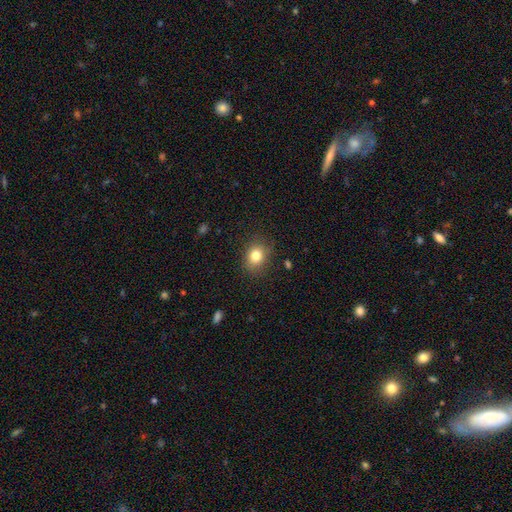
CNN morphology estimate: Q: Smooth or featured?
A: smooth (82%); runner-up: star or artifact (10%)
Q: How rounded?
A: round (54%); runner-up: in between (45%)
Q: Merging?
A: none (84%); runner-up: minor disturbance (11%)